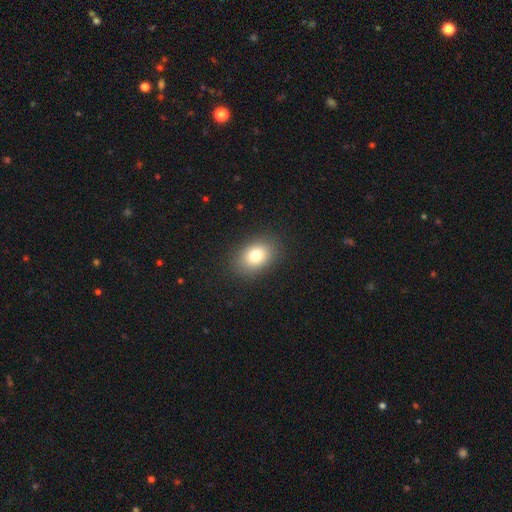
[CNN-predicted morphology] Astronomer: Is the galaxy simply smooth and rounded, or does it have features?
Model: smooth — 78%.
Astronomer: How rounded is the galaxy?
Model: in between — 73%.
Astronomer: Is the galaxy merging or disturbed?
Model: none — 88%.